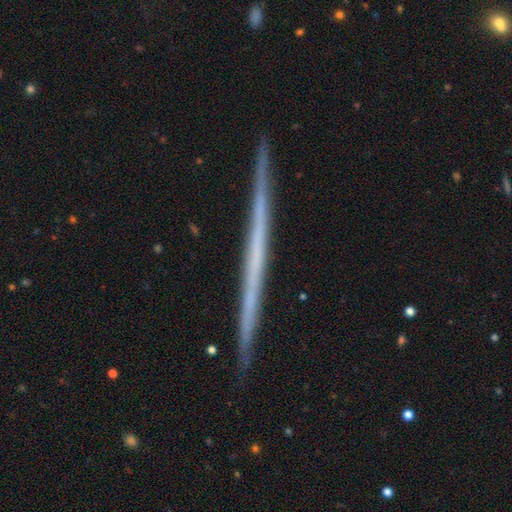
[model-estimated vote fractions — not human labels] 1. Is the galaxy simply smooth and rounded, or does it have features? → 64% featured or disk, 29% smooth, 7% star or artifact.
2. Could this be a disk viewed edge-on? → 98% yes, 2% no.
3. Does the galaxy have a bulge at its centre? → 93% none, 4% rounded, 2% boxy.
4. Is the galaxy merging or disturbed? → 92% none, 6% minor disturbance, 1% major disturbance, 1% merger.